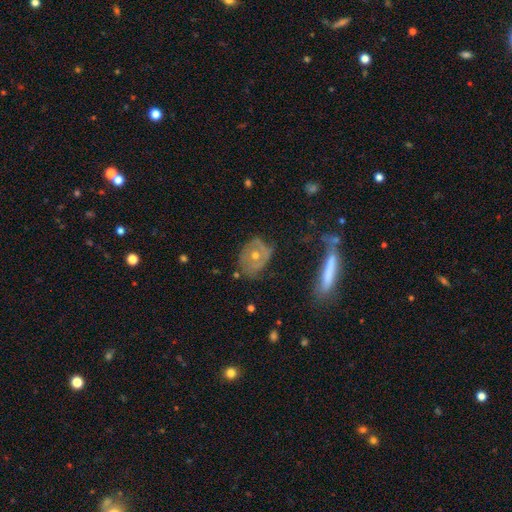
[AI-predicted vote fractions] The model was most divided on "spiral arms": yes: 53%, no: 47%. More confident: edge-on disk — no (90%); bar — no (82%); smooth or featured — featured or disk (64%); merging — none (64%); bulge size — moderate (59%).